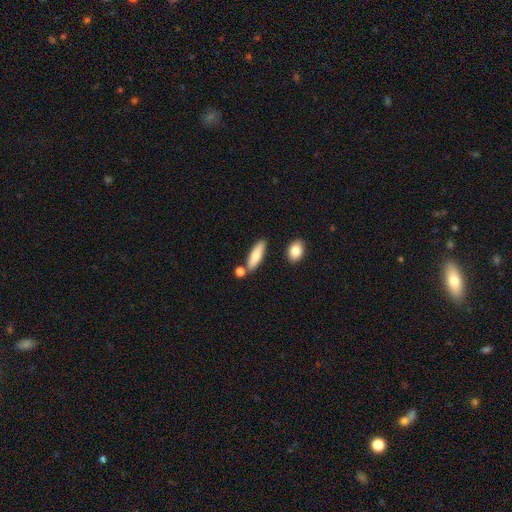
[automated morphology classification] This is likely a smooth galaxy (77%). How rounded: possibly cigar-shaped (55%). Merging: likely none (77%).